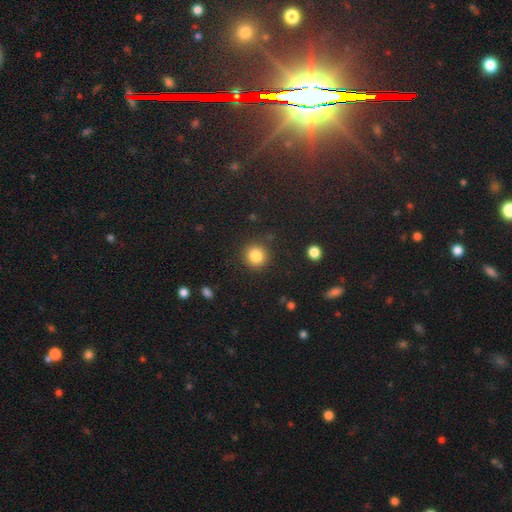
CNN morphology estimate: type=smooth (84%); roundness=round (91%); merging=none (88%).